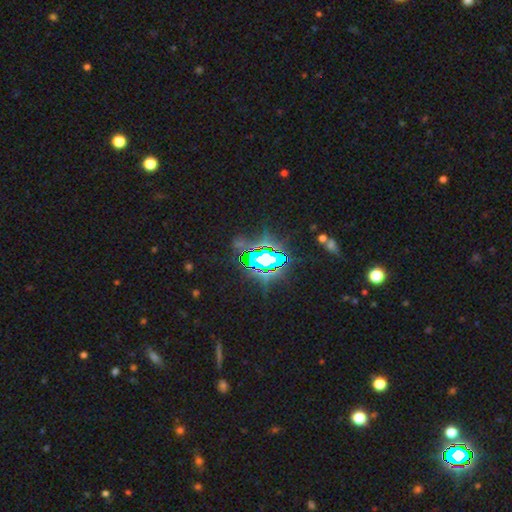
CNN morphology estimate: type=star or artifact (81%).